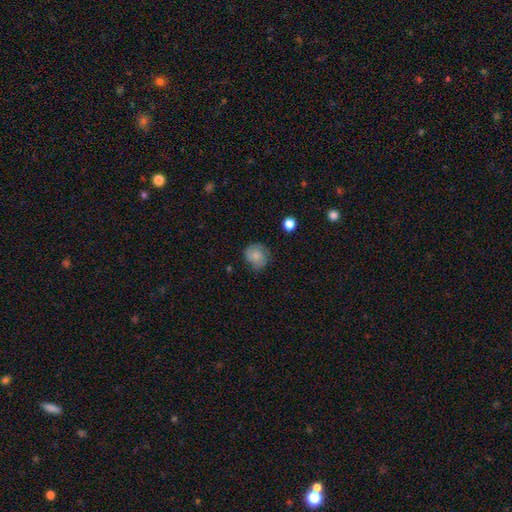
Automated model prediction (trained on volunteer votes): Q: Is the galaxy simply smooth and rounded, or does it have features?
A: smooth — 78%.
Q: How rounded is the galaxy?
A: round — 78%.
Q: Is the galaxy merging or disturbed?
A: none — 66%.